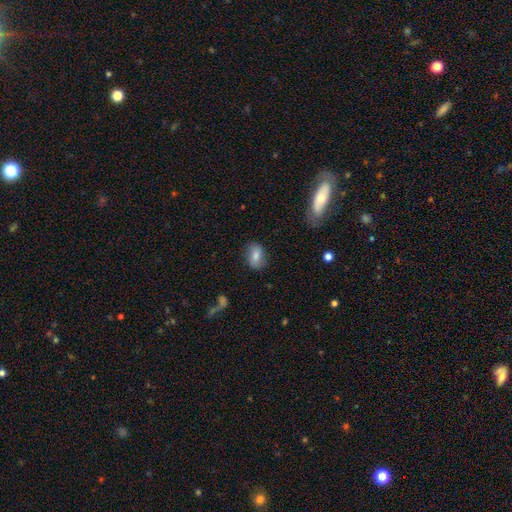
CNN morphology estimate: smooth-or-featured: smooth: 77% | featured or disk: 15% | star or artifact: 8%
  how-rounded: in between: 78% | round: 20% | cigar-shaped: 2%
  merging: none: 79% | minor disturbance: 15% | major disturbance: 4% | merger: 2%